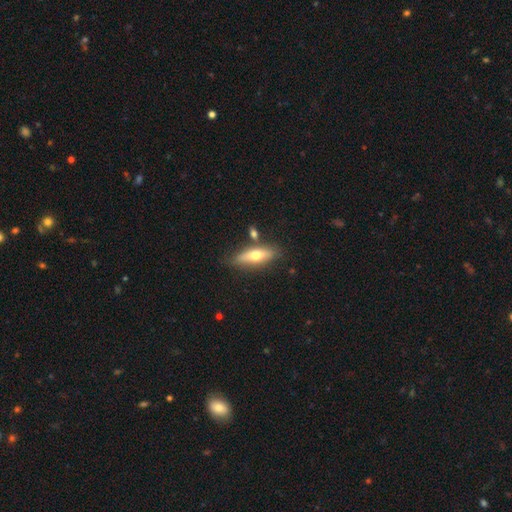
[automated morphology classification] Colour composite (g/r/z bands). It shows a smooth galaxy with no disk features (57%) that is in between round and cigar-shaped (51%). Merging: none (72%).